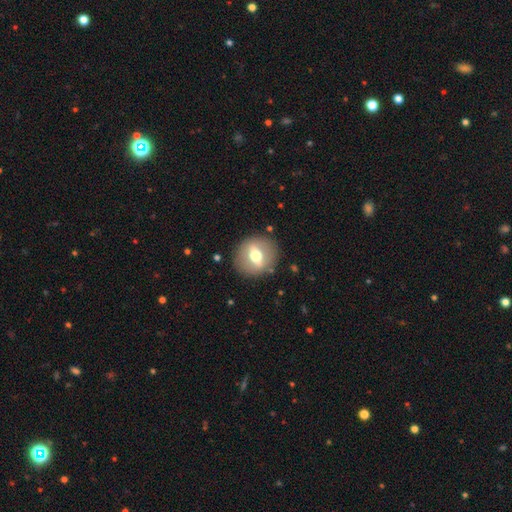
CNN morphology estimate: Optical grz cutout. It shows a featured or disk galaxy (49%). Merging: none (88%).